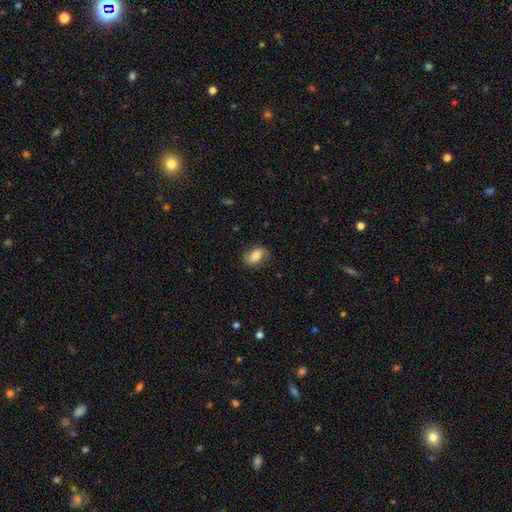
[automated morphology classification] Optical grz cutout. It shows a smooth galaxy with no disk features (65%) that is in between round and cigar-shaped (85%). Merging: none (71%).